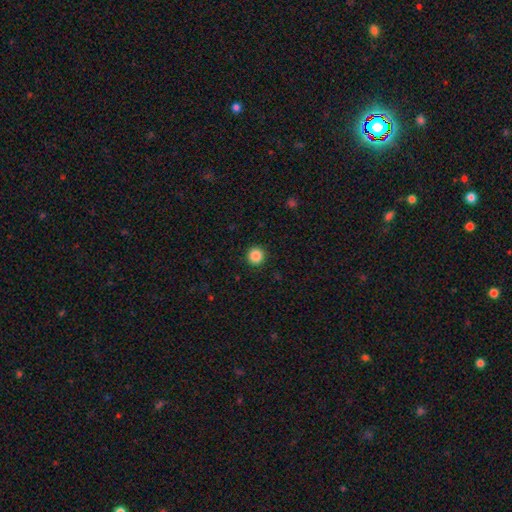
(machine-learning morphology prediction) A smooth galaxy with no disk features (87%) that is round (95%).

Vote fractions:
- Smooth or featured? smooth: 87% / star or artifact: 10% / featured or disk: 3%
- How rounded? round: 95% / in between: 4% / cigar-shaped: 1%
- Merging? none: 93% / minor disturbance: 5% / major disturbance: 2% / merger: 1%